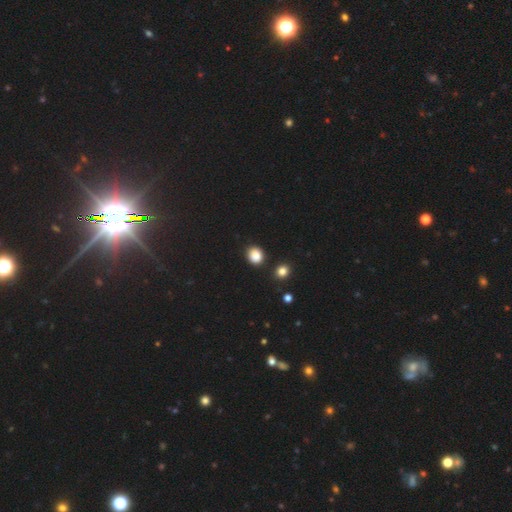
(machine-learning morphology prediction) Smooth or featured: smooth — 86% (star or artifact — 11%)
How rounded: round — 72% (in between — 27%)
Merging: none — 87% (minor disturbance — 8%)